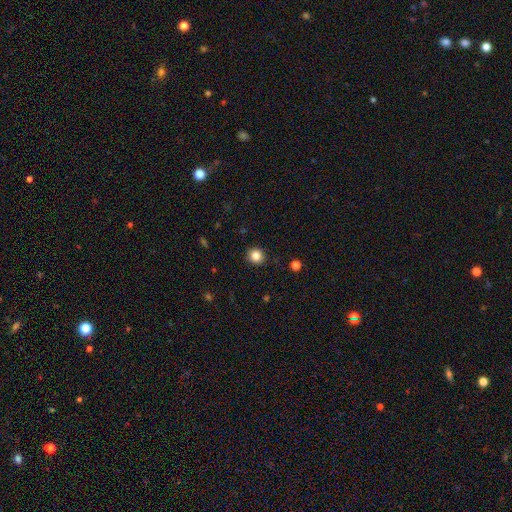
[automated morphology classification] Smooth or featured? smooth (84%)
How rounded? round (92%)
Merging? none (92%)